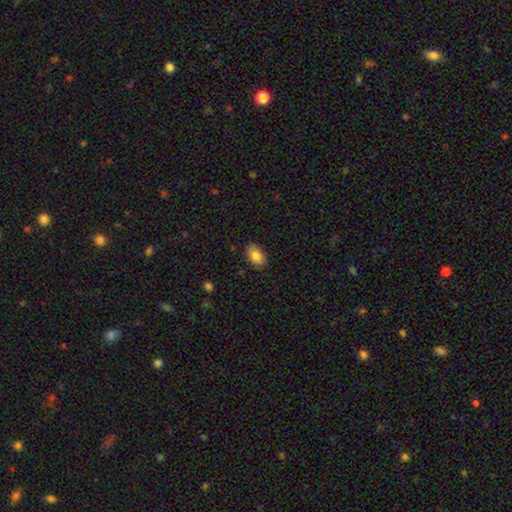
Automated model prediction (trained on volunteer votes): Smooth or featured? smooth (83%)
How rounded? in between (84%)
Merging? none (85%)